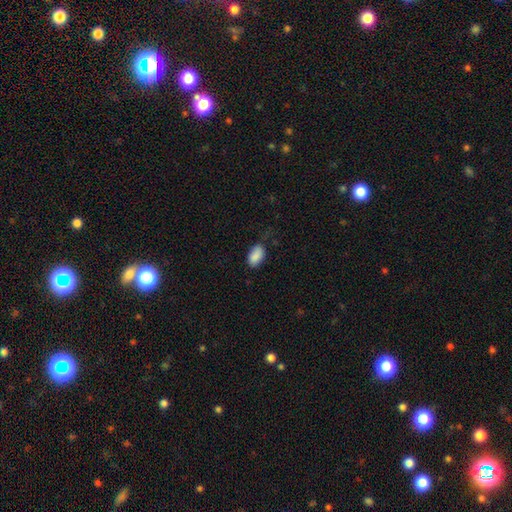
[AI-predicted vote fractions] The model was most divided on "merging": none: 69%, minor disturbance: 24%, major disturbance: 5%, merger: 1%. More confident: how rounded — in between (93%); smooth or featured — smooth (89%).